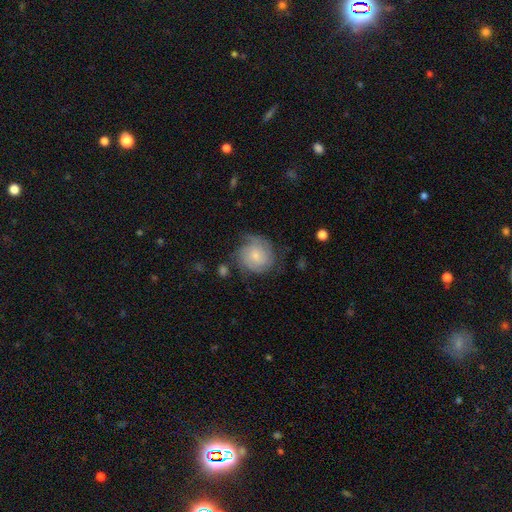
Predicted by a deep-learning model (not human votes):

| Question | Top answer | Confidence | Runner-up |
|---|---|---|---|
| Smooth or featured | featured or disk | 56% | smooth (37%) |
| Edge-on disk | no | 98% | yes (2%) |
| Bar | no | 64% | weak (32%) |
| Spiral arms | yes | 88% | no (12%) |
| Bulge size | small | 54% | moderate (34%) |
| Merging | none | 58% | minor disturbance (26%) |